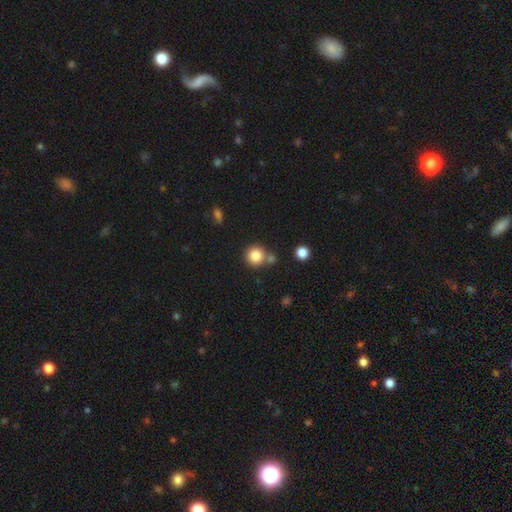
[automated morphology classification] smooth 84%, star or artifact 11%, featured or disk 6%. Down the decision tree: how rounded — round (93%); merging — none (69%).